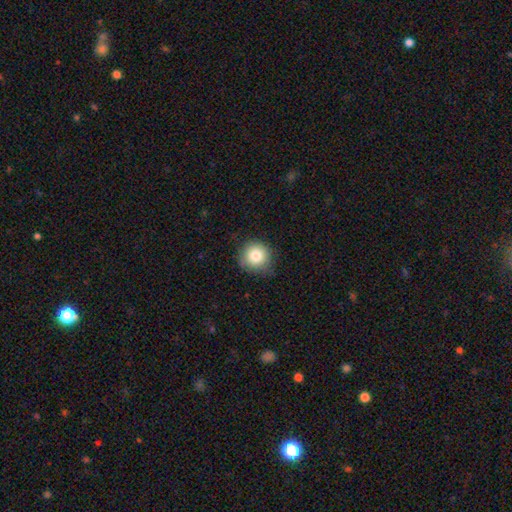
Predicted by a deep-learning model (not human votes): Morphology: type=smooth (81%); roundness=round (93%); merging=none (78%).